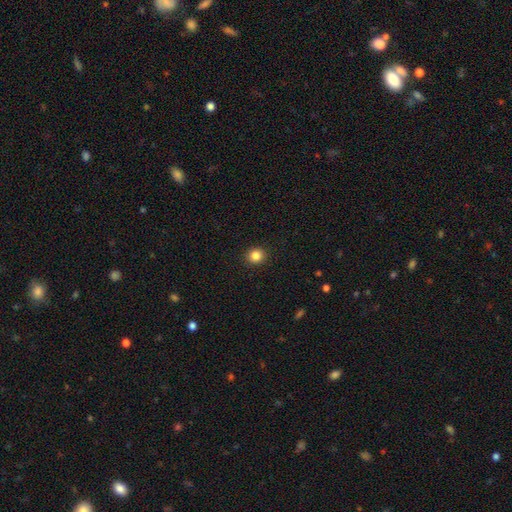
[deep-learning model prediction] This is clearly a smooth galaxy (85%). How rounded: clearly round (88%). Merging: clearly none (92%).